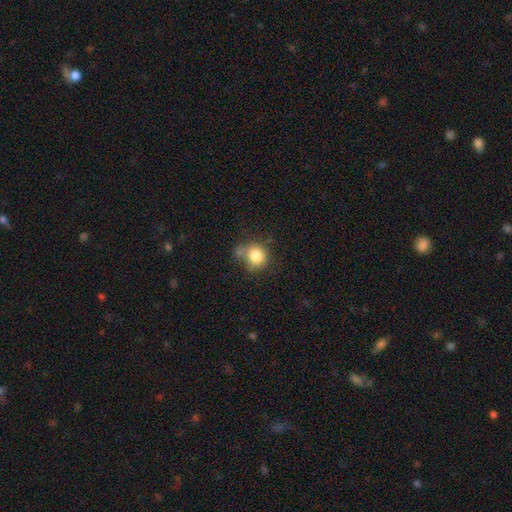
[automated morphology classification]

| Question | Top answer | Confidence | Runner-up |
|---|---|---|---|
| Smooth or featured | smooth | 82% | star or artifact (10%) |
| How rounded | round | 83% | in between (16%) |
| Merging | none | 51% | minor disturbance (24%) |